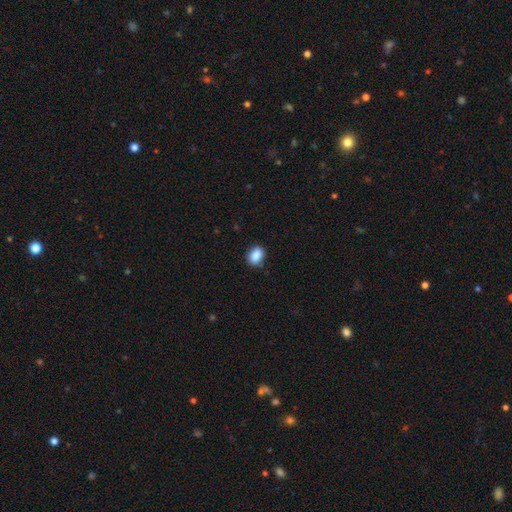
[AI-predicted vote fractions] Q: Smooth or featured?
A: smooth (86%); runner-up: star or artifact (8%)
Q: How rounded?
A: in between (71%); runner-up: round (27%)
Q: Merging?
A: none (81%); runner-up: minor disturbance (15%)